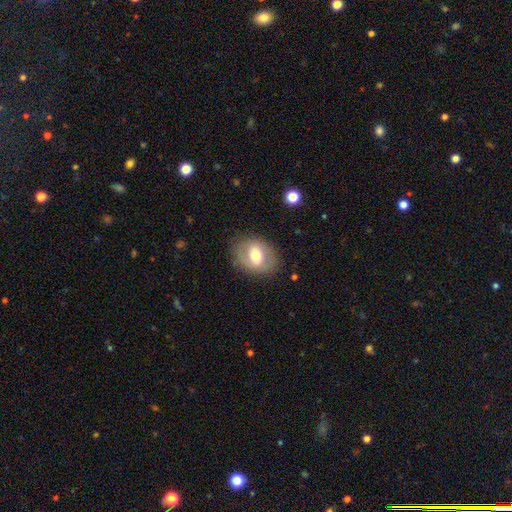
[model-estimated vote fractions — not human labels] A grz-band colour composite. It shows a smooth galaxy with no disk features (56%) that is in between round and cigar-shaped (59%). Merging: none (80%).